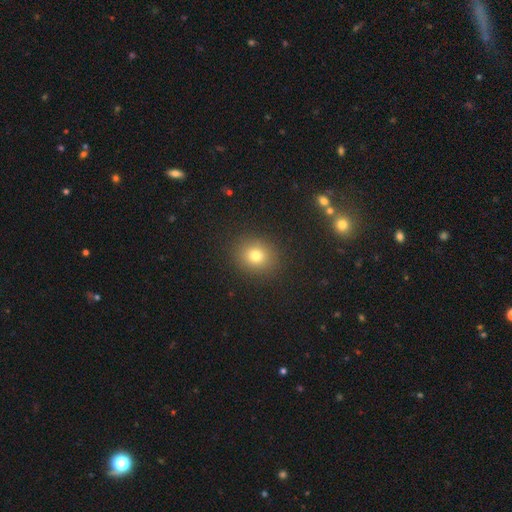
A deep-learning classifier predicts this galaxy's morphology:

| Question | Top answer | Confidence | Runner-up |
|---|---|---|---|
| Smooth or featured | smooth | 76% | star or artifact (15%) |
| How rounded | round | 79% | in between (20%) |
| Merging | none | 89% | minor disturbance (7%) |